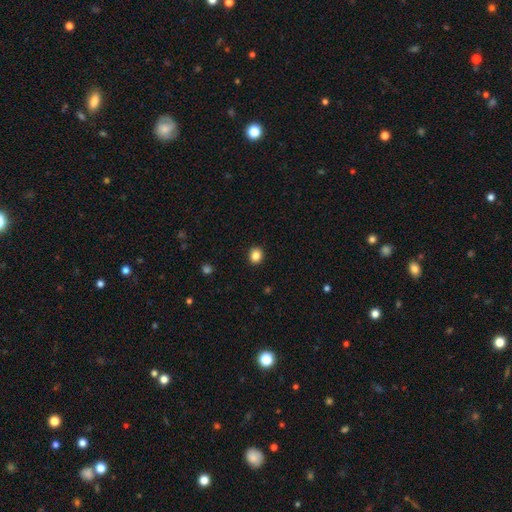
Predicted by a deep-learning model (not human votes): This is clearly a smooth galaxy (85%). How rounded: likely round (72%). Merging: clearly none (92%).